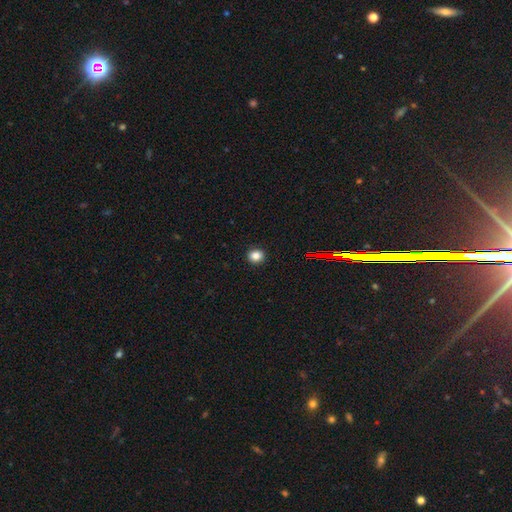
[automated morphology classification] Smooth or featured: smooth — 84% (star or artifact — 12%)
How rounded: round — 79% (in between — 20%)
Merging: none — 92% (minor disturbance — 6%)